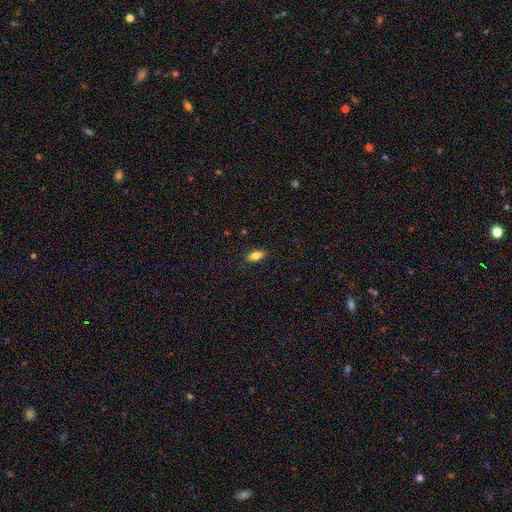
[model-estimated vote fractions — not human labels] This appears to be a smooth galaxy with no disk features (81%) that is in between round and cigar-shaped (85%). Merging: none (86%).